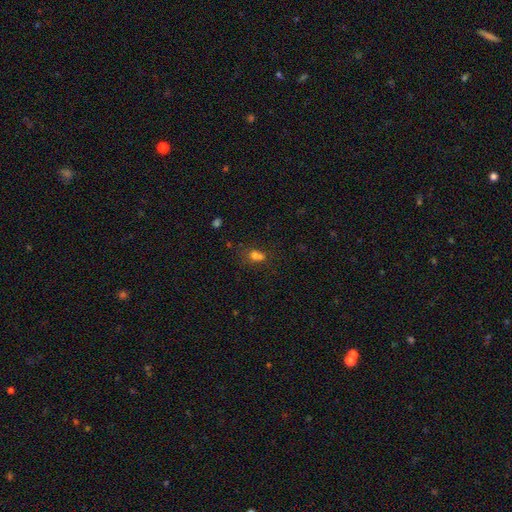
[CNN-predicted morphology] smooth-or-featured: smooth: 68% | star or artifact: 18% | featured or disk: 14%
  how-rounded: round: 55% | in between: 42% | cigar-shaped: 2%
  merging: merger: 48% | none: 33% | minor disturbance: 12% | major disturbance: 7%